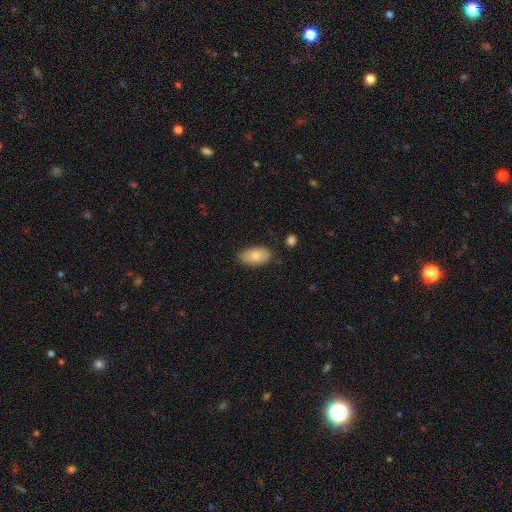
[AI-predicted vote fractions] Smooth or featured: smooth — 77% (featured or disk — 16%)
How rounded: in between — 93% (round — 5%)
Merging: none — 82% (minor disturbance — 13%)